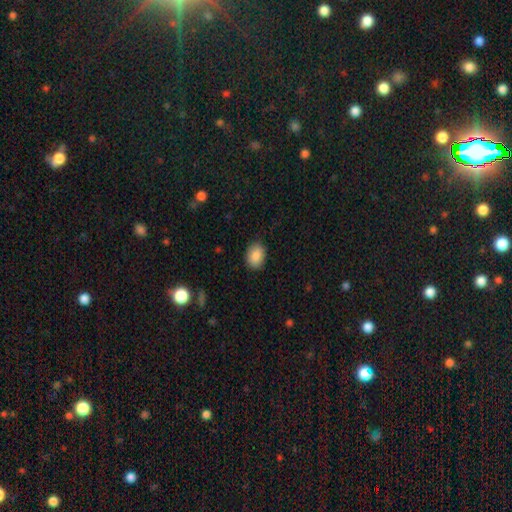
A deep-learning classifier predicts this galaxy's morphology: Smooth or featured: smooth — 88% (star or artifact — 7%)
How rounded: in between — 76% (round — 23%)
Merging: none — 87% (minor disturbance — 10%)